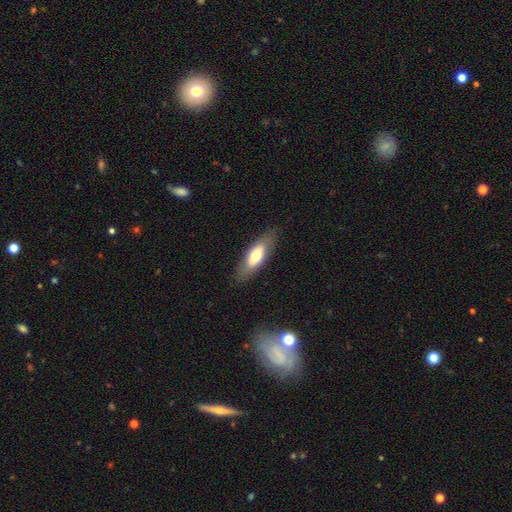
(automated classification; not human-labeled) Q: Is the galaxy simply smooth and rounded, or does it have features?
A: smooth — 62%.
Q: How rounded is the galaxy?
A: in between — 68%.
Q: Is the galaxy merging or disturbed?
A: none — 83%.